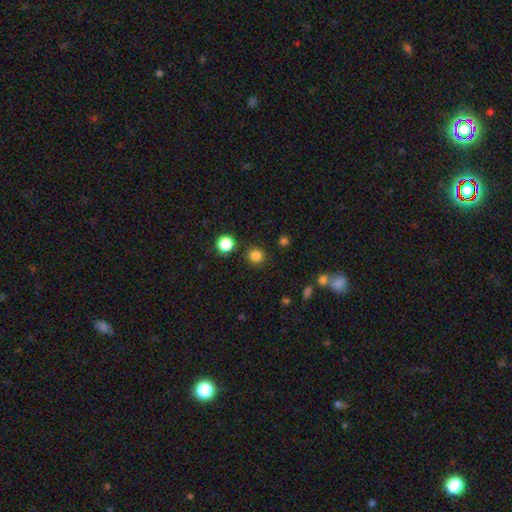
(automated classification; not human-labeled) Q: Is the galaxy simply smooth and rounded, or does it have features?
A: smooth — 83%.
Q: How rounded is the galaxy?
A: round — 92%.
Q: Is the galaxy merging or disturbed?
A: none — 90%.